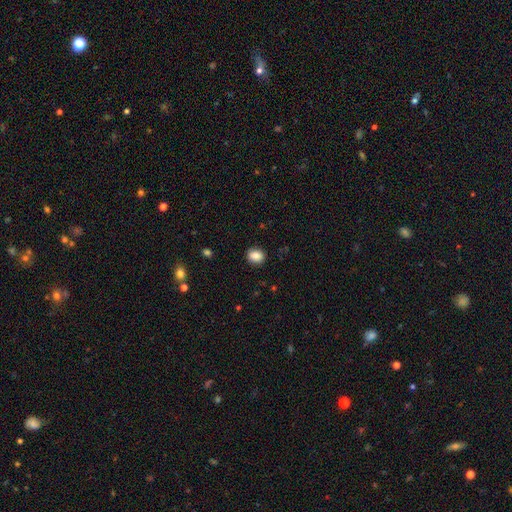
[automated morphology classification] A smooth galaxy with no disk features (84%) that is round (68%). Merging: none (89%).